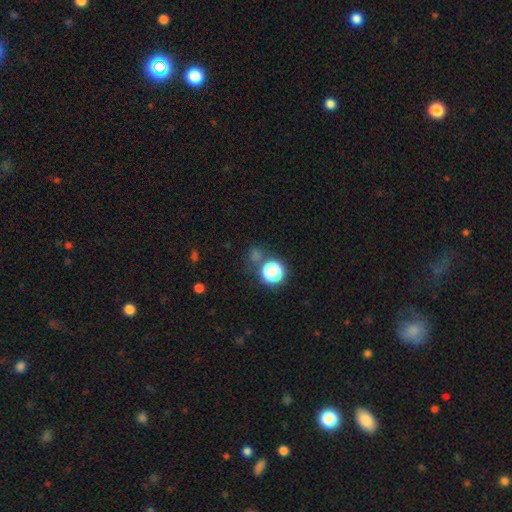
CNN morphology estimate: smooth_or_featured: smooth (p=0.49) [alt: star or artifact p=0.45]
merging: none (p=0.72) [alt: merger p=0.13]